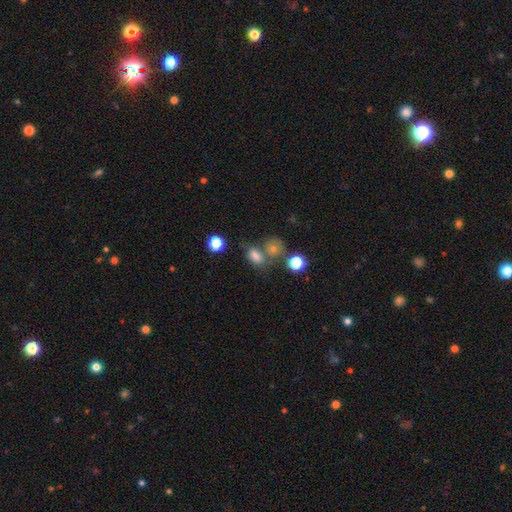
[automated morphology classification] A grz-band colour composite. It shows a smooth galaxy with no disk features (77%) that is in between round and cigar-shaped (74%). Merging: none (49%).